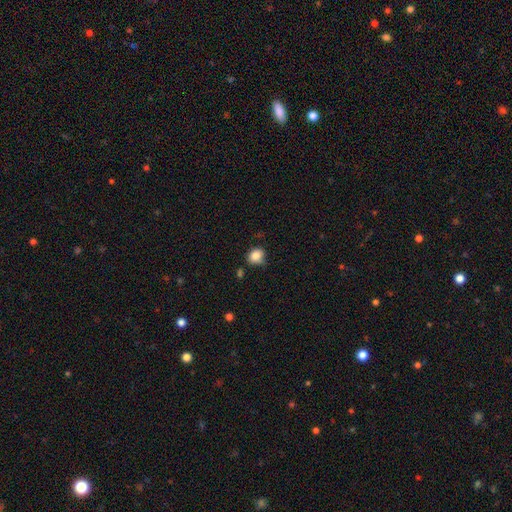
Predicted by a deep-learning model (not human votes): Smooth or featured? smooth (85%)
How rounded? round (69%)
Merging? none (71%)